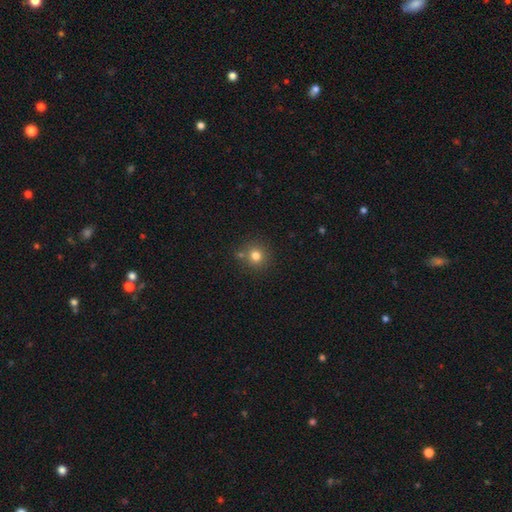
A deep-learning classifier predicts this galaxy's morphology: Overall: smooth (78%). How rounded: round (92%). Merging: none (76%).